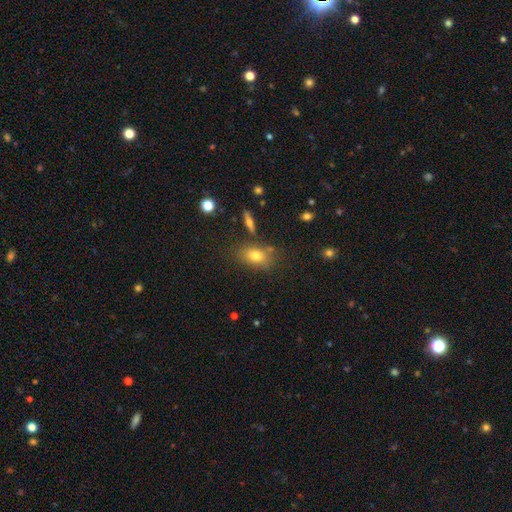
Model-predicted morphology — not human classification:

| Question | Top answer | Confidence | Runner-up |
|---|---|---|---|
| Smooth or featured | smooth | 76% | featured or disk (13%) |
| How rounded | in between | 80% | round (17%) |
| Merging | none | 72% | minor disturbance (15%) |